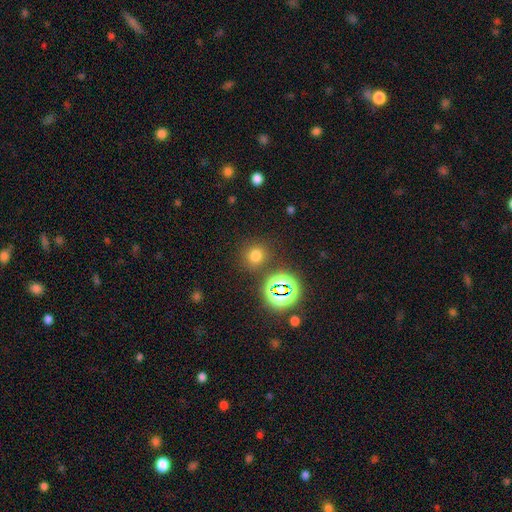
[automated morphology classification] Q: Smooth or featured?
A: smooth (68%); runner-up: star or artifact (26%)
Q: How rounded?
A: round (88%); runner-up: in between (11%)
Q: Merging?
A: none (83%); runner-up: minor disturbance (8%)